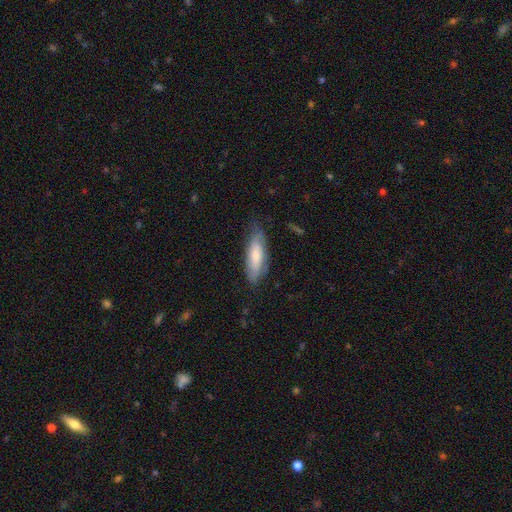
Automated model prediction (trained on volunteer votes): smooth 70%, featured or disk 24%, star or artifact 6%. Down the decision tree: how rounded — in between (55%); merging — none (71%).